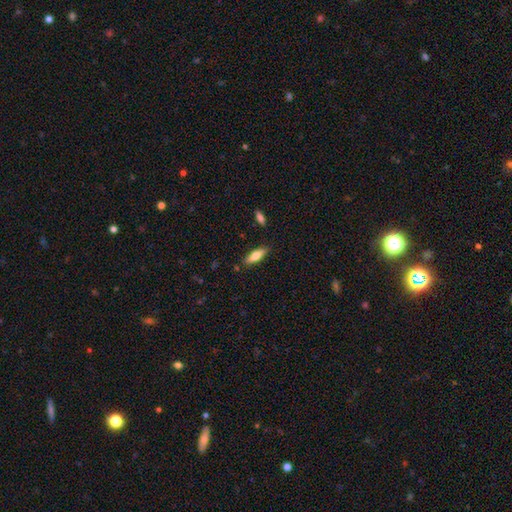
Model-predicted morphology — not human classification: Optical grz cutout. It shows a smooth galaxy with no disk features (72%) that is in between round and cigar-shaped (52%). Merging: none (85%).